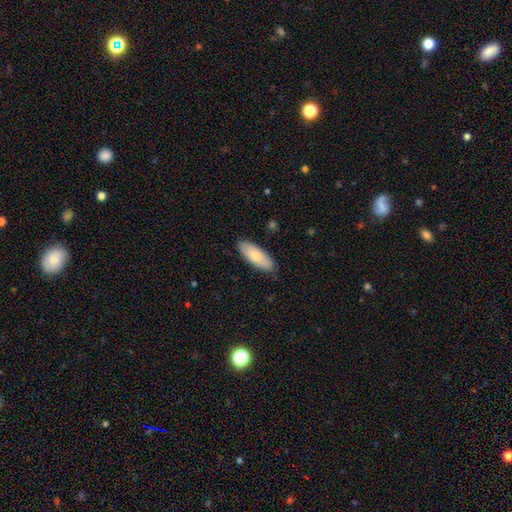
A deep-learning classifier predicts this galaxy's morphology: Smooth or featured?
  - smooth: 79% *
  - featured or disk: 16%
  - star or artifact: 5%
How rounded?
  - in between: 74% *
  - cigar-shaped: 24%
  - round: 2%
Merging?
  - none: 87% *
  - minor disturbance: 10%
  - major disturbance: 2%
  - merger: 1%